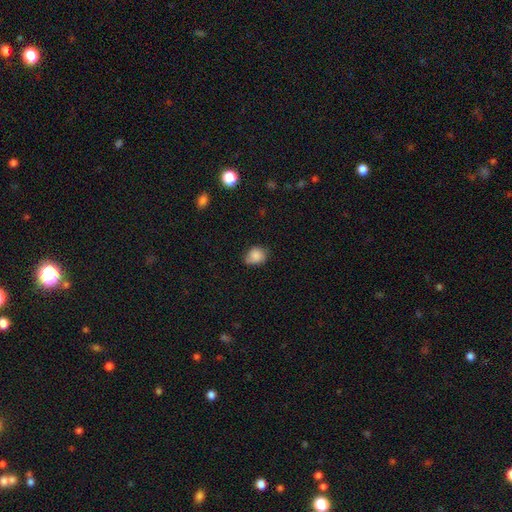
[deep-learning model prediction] smooth_or_featured: smooth (p=0.83) [alt: star or artifact p=0.09]
how_rounded: round (p=0.52) [alt: in between p=0.47]
merging: none (p=0.58) [alt: minor disturbance p=0.34]